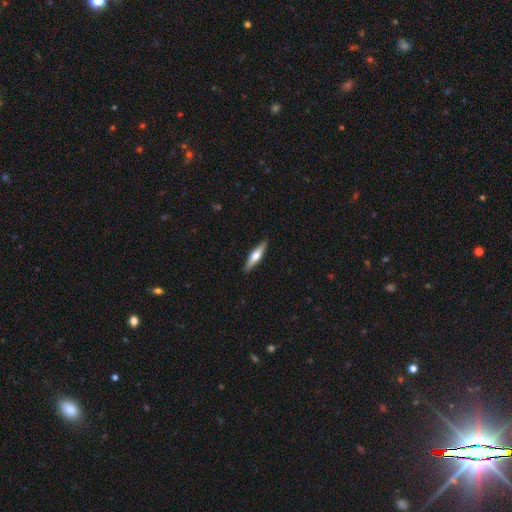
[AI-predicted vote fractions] Morphology: type=featured or disk (50%); merging=none (90%).